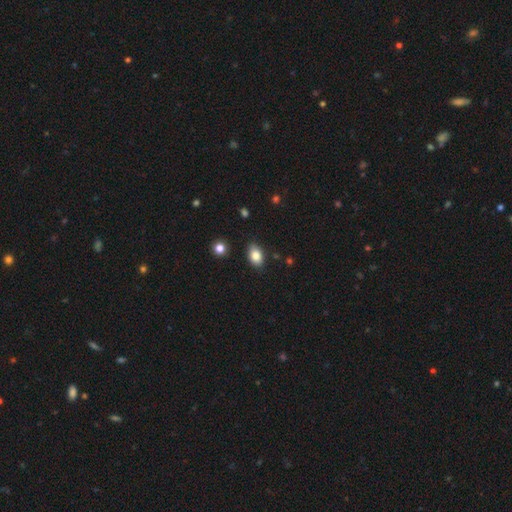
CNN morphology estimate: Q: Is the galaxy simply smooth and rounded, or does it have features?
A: smooth — 84%.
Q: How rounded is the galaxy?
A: in between — 87%.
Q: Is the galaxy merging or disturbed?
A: none — 84%.